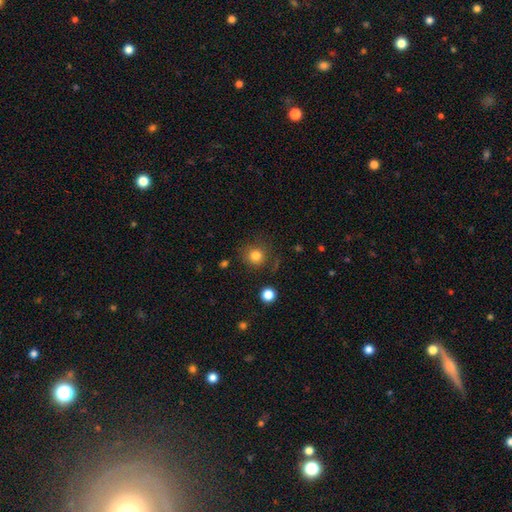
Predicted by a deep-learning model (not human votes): A smooth galaxy with no disk features (82%) that is round (91%).

Vote fractions:
- Smooth or featured? smooth: 82% / star or artifact: 12% / featured or disk: 6%
- How rounded? round: 91% / in between: 8% / cigar-shaped: 1%
- Merging? none: 80% / minor disturbance: 12% / major disturbance: 5% / merger: 3%